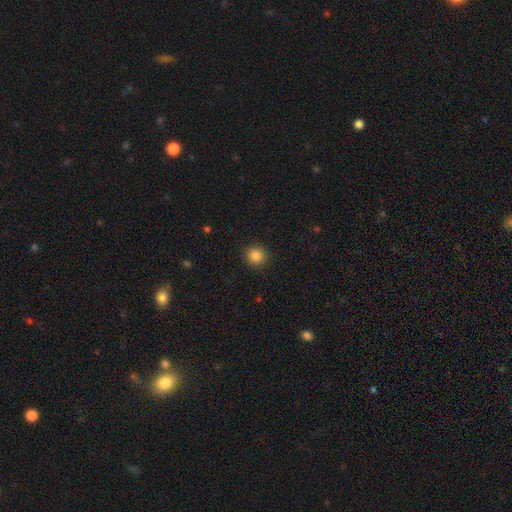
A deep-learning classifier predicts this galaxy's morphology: Smooth or featured? Predicted: smooth (p=0.85). How rounded? Predicted: round (p=0.93). Merging? Predicted: none (p=0.91).